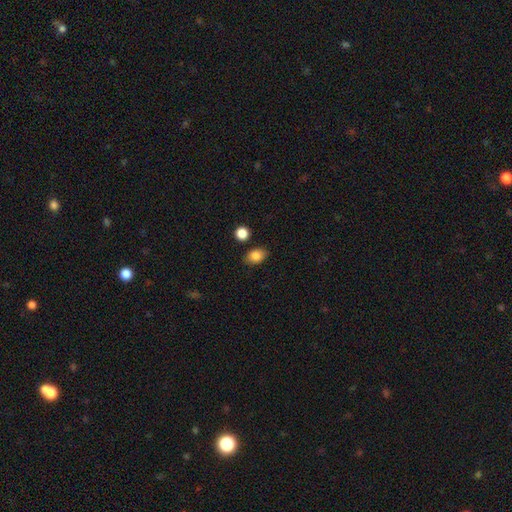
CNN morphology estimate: The model was most divided on "how rounded": in between: 73%, round: 26%, cigar-shaped: 1%. More confident: smooth or featured — smooth (86%); merging — none (81%).